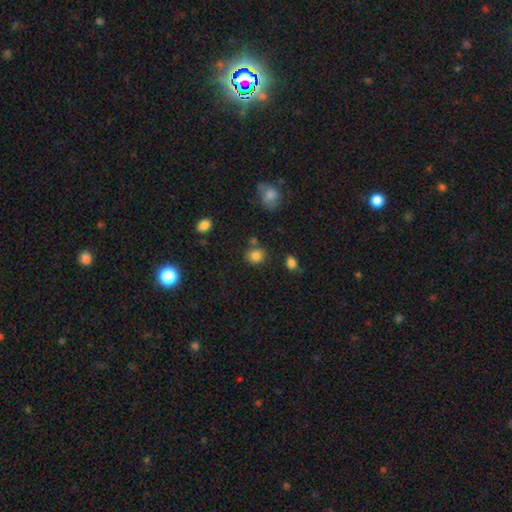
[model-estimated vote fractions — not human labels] Q: Smooth or featured?
A: smooth (83%); runner-up: star or artifact (12%)
Q: How rounded?
A: round (81%); runner-up: in between (18%)
Q: Merging?
A: none (77%); runner-up: minor disturbance (12%)